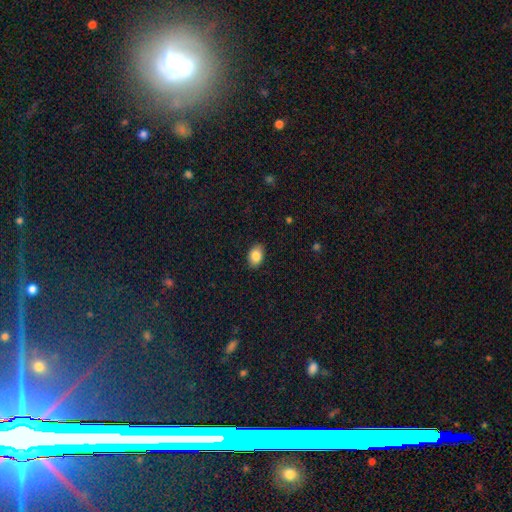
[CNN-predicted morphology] type=smooth (87%); roundness=in between (84%); merging=none (88%).